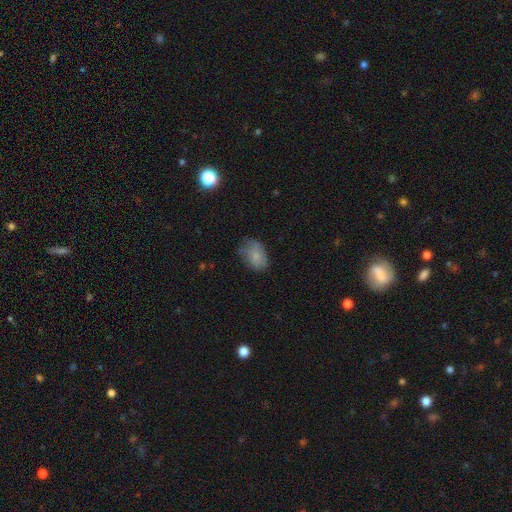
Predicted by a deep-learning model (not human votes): Morphology: type=smooth (79%); roundness=in between (87%); merging=none (59%).